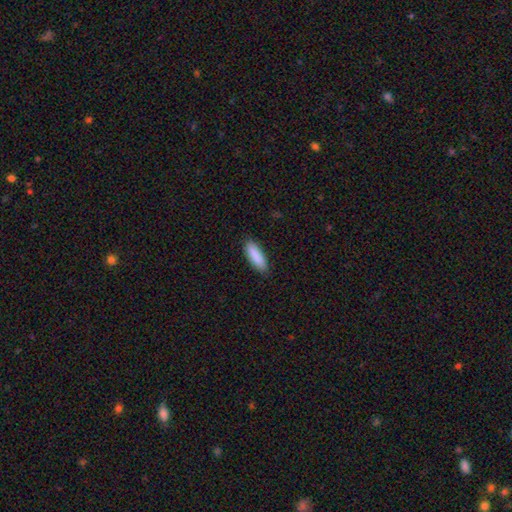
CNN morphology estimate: smooth-or-featured: smooth: 89% | star or artifact: 6% | featured or disk: 5%
  how-rounded: in between: 55% | cigar-shaped: 43% | round: 1%
  merging: none: 88% | minor disturbance: 10% | major disturbance: 2% | merger: 1%